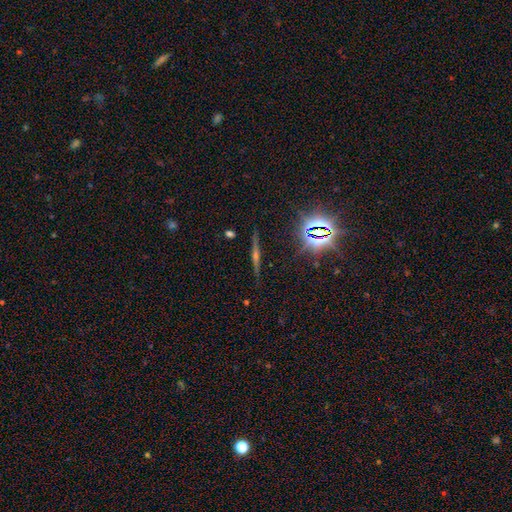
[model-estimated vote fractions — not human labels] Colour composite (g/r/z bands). It shows a featured or disk galaxy (59%) viewed edge-on (97%) with a rounded central bulge (81%). Merging: none (89%).